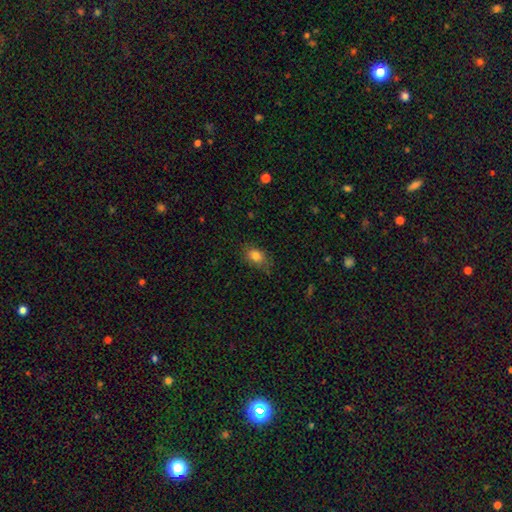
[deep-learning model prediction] This appears to be a smooth galaxy with no disk features (82%) that is in between round and cigar-shaped (76%). Merging: none (70%).